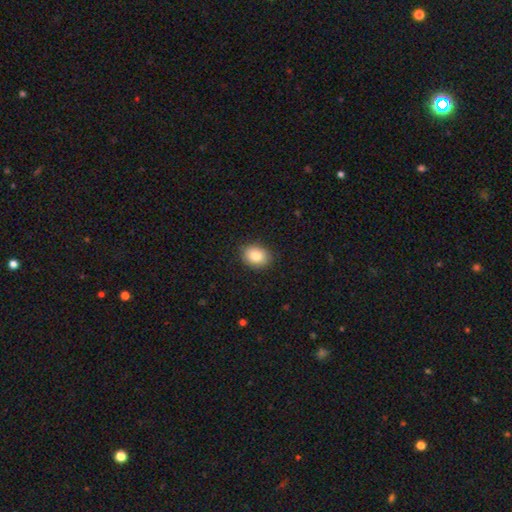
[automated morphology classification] Smooth or featured?
  - smooth: 83% *
  - star or artifact: 8%
  - featured or disk: 8%
How rounded?
  - in between: 63% *
  - round: 36%
  - cigar-shaped: 1%
Merging?
  - none: 89% *
  - minor disturbance: 8%
  - major disturbance: 2%
  - merger: 1%